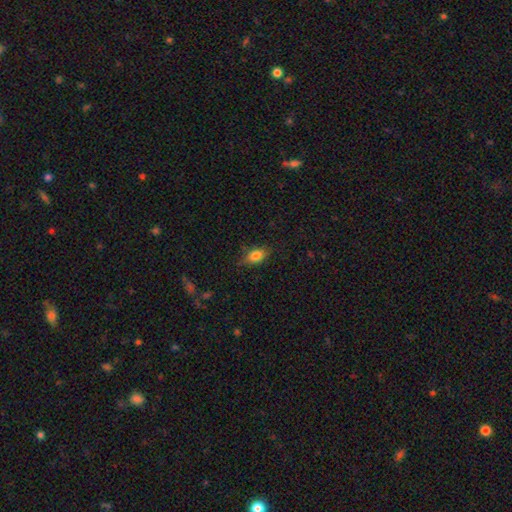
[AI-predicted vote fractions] The model was most divided on "merging": none: 75%, minor disturbance: 19%, major disturbance: 4%, merger: 1%. More confident: how rounded — in between (82%); smooth or featured — smooth (80%).